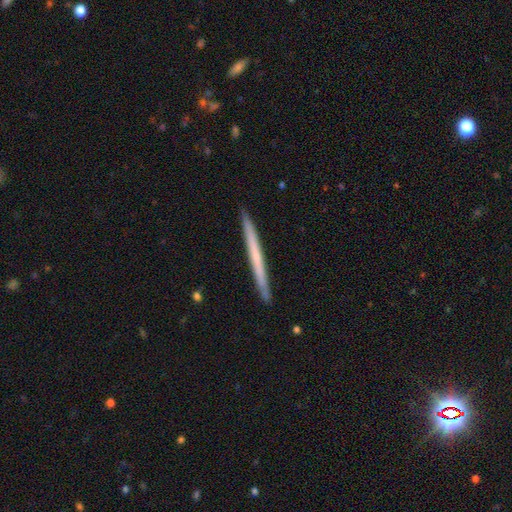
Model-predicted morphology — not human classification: Smooth or featured? Predicted: smooth (p=0.48). Merging? Predicted: none (p=0.92).